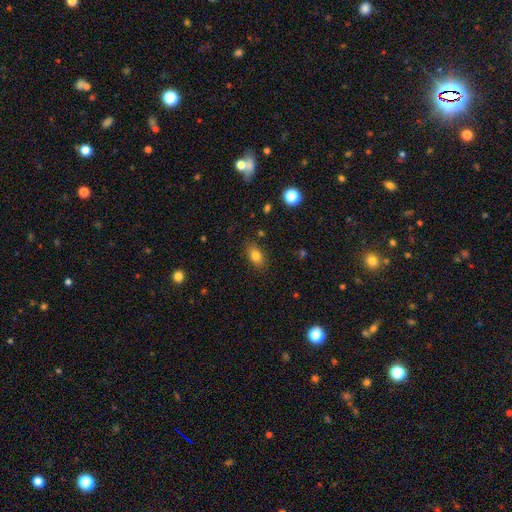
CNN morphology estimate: A smooth galaxy with no disk features (78%) that is in between round and cigar-shaped (81%).

Vote fractions:
- Smooth or featured? smooth: 78% / featured or disk: 11% / star or artifact: 11%
- How rounded? in between: 81% / round: 13% / cigar-shaped: 6%
- Merging? none: 83% / minor disturbance: 12% / major disturbance: 3% / merger: 2%